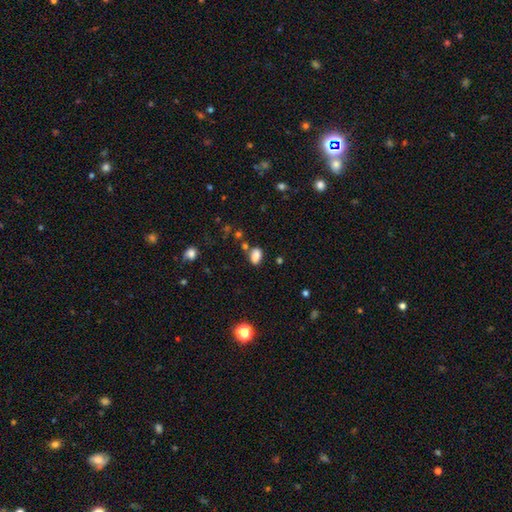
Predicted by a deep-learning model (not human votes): This appears to be a smooth galaxy with no disk features (84%) that is in between round and cigar-shaped (87%). Merging: none (72%).